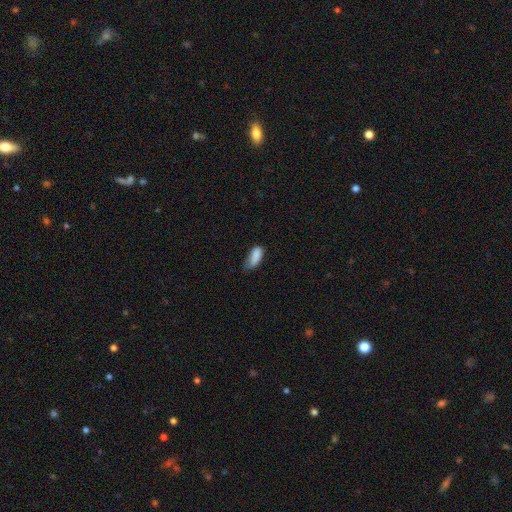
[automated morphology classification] smooth 83%, featured or disk 9%, star or artifact 9%. Down the decision tree: how rounded — in between (84%); merging — minor disturbance (40%).